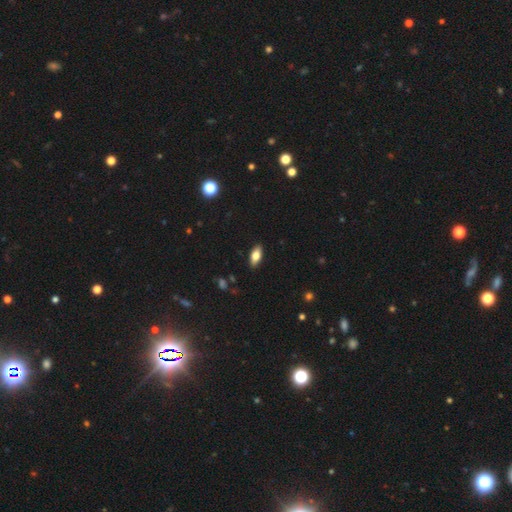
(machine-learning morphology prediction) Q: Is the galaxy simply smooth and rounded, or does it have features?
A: smooth — 74%.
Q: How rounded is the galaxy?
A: in between — 85%.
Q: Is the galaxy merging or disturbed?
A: none — 88%.